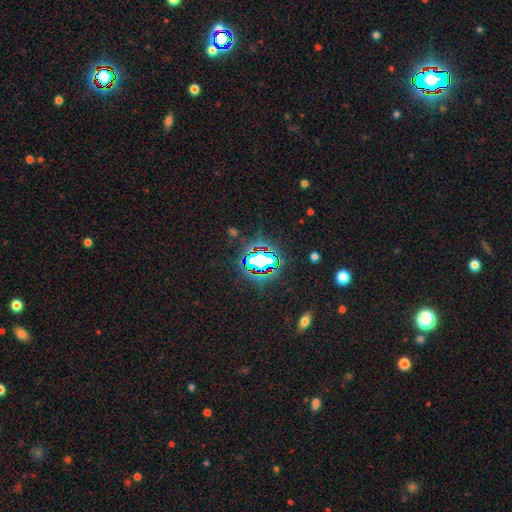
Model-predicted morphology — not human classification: smooth-or-featured: star or artifact: 82% | smooth: 11% | featured or disk: 7%